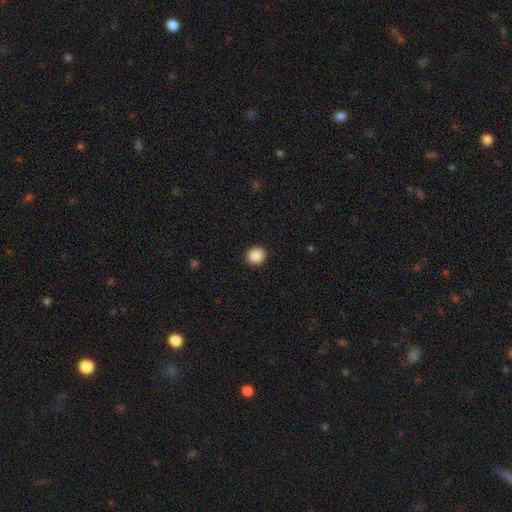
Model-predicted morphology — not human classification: This appears to be a smooth galaxy with no disk features (89%) that is round (79%). Merging: none (92%).